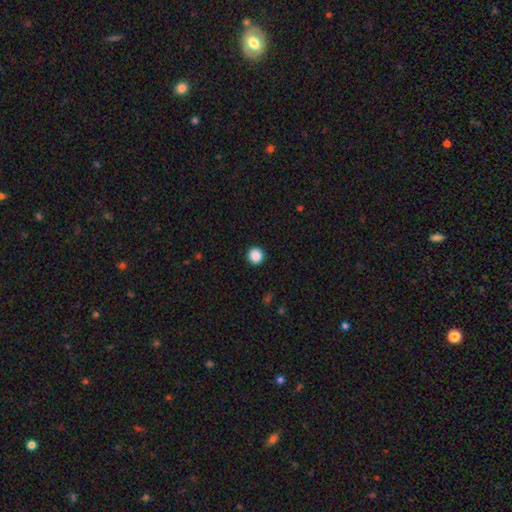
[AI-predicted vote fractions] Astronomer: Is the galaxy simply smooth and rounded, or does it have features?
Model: smooth — 88%.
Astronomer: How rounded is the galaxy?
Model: round — 95%.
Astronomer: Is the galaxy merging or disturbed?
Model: none — 93%.